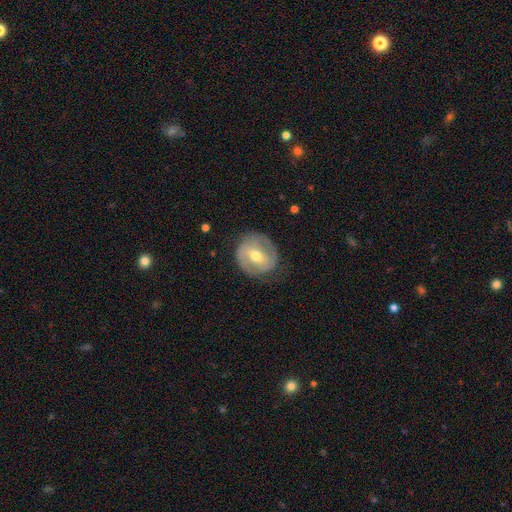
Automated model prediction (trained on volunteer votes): A featured or disk galaxy (74%) with a weak bar (46%), 2 (79%) tight (48%) spiral arms (81%) and a moderate central bulge (68%). Merging: none (78%).